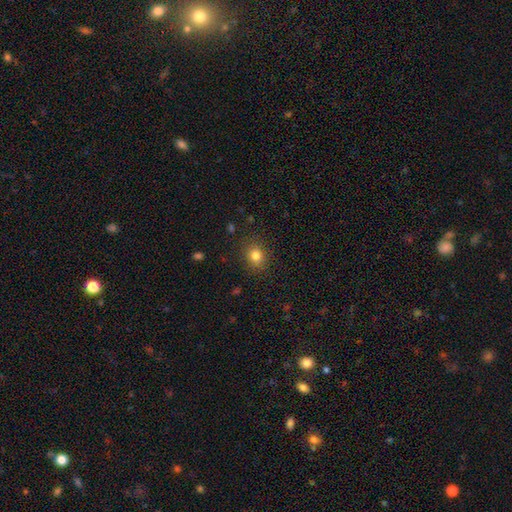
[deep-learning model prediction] Smooth or featured?
  - smooth: 82% *
  - star or artifact: 12%
  - featured or disk: 6%
How rounded?
  - round: 63% *
  - in between: 37%
  - cigar-shaped: 1%
Merging?
  - none: 86% *
  - minor disturbance: 9%
  - major disturbance: 3%
  - merger: 1%